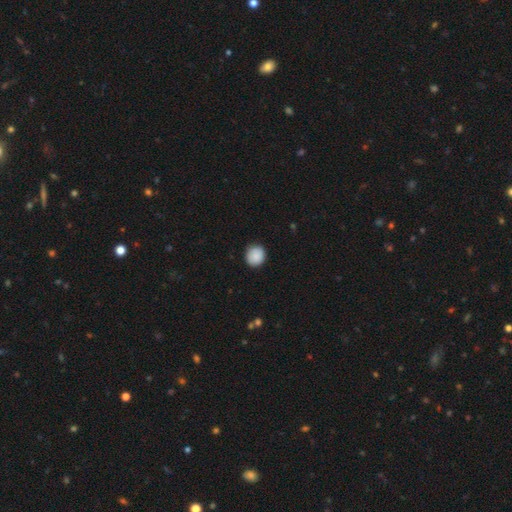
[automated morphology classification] The model was most divided on "how rounded": round: 85%, in between: 14%, cigar-shaped: 1%. More confident: smooth or featured — smooth (89%); merging — none (89%).